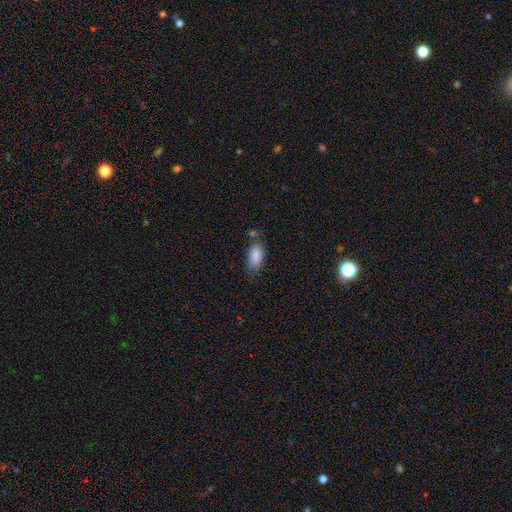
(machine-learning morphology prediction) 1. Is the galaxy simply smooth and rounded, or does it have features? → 87% smooth, 7% star or artifact, 5% featured or disk.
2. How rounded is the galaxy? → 90% in between, 7% cigar-shaped, 3% round.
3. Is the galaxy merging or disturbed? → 66% none, 20% minor disturbance, 8% merger, 5% major disturbance.